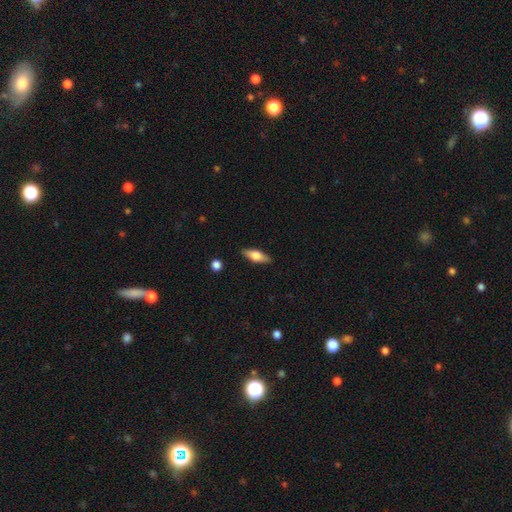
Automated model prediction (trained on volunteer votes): Overall: smooth (61%; featured or disk 33%). How rounded: in between (65%; cigar-shaped 32%). Merging: none (88%).